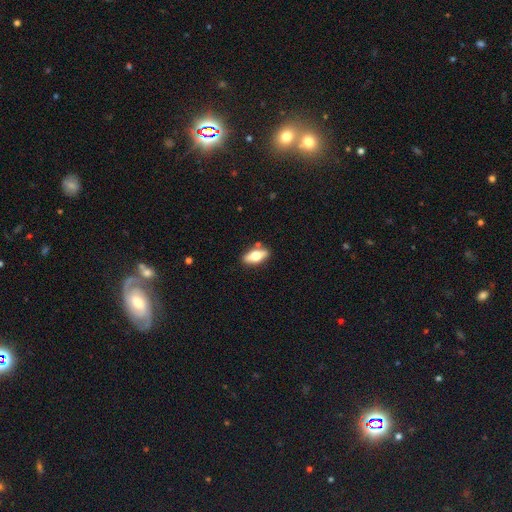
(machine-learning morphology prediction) The model was most divided on "smooth or featured": smooth: 61%, featured or disk: 32%, star or artifact: 7%. More confident: merging — none (83%); how rounded — in between (78%).